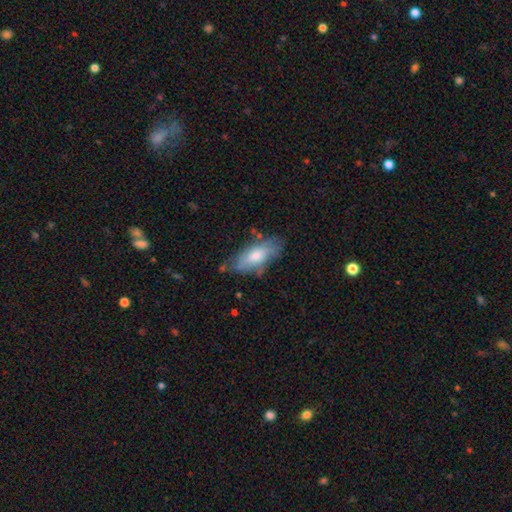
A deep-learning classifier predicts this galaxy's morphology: smooth-or-featured: smooth: 66% | featured or disk: 28% | star or artifact: 6%
  how-rounded: in between: 83% | cigar-shaped: 15% | round: 2%
  merging: none: 62% | minor disturbance: 27% | major disturbance: 8% | merger: 3%